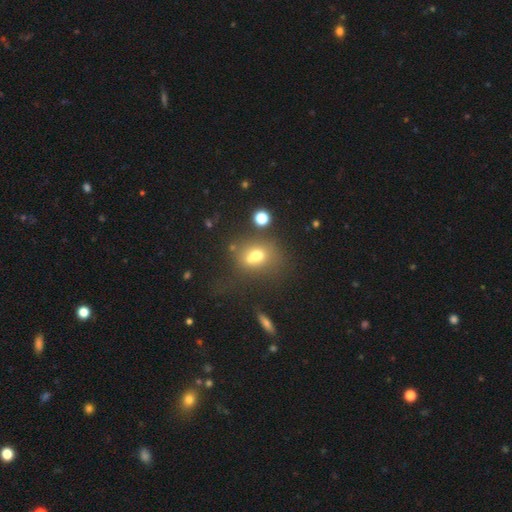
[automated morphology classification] The model was most divided on "merging": none: 38%, merger: 37%, minor disturbance: 15%, major disturbance: 10%. More confident: smooth or featured — smooth (63%); how rounded — round (50%).